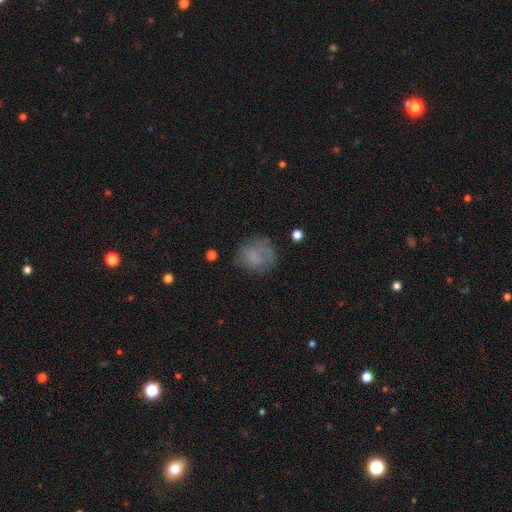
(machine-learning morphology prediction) Overall: smooth (68%). How rounded: round (72%). Merging: none (59%; minor disturbance 23%).